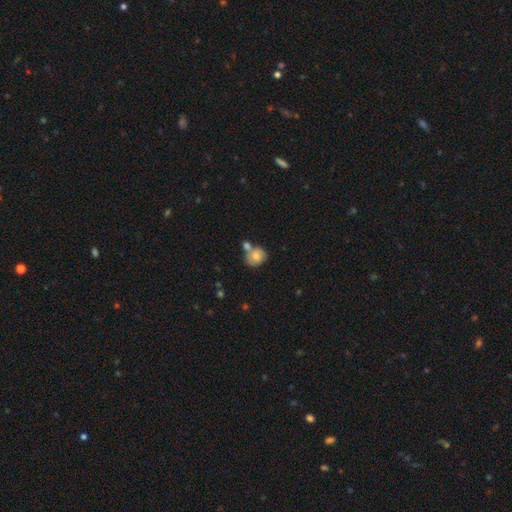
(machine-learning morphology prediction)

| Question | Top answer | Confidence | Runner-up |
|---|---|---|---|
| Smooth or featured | smooth | 70% | featured or disk (22%) |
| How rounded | round | 69% | in between (30%) |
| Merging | none | 41% | merger (38%) |